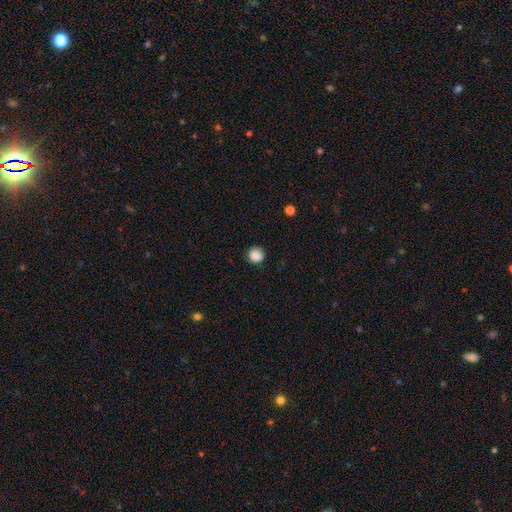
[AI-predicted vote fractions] Smooth or featured?
  - smooth: 87% *
  - star or artifact: 10%
  - featured or disk: 3%
How rounded?
  - round: 90% *
  - in between: 9%
  - cigar-shaped: 1%
Merging?
  - none: 86% *
  - minor disturbance: 10%
  - major disturbance: 3%
  - merger: 1%